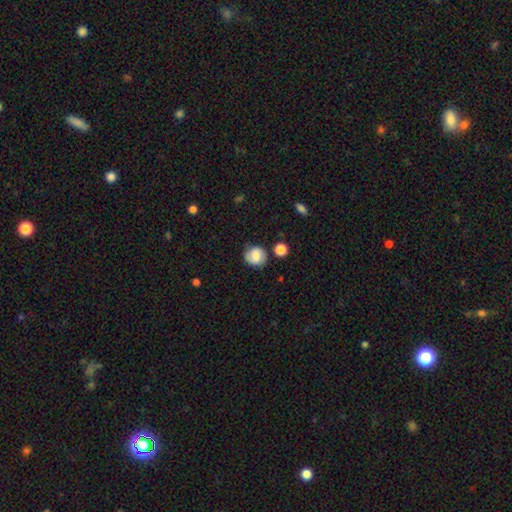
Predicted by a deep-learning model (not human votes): A smooth galaxy with no disk features (64%) that is round (81%). Merging: none (75%).